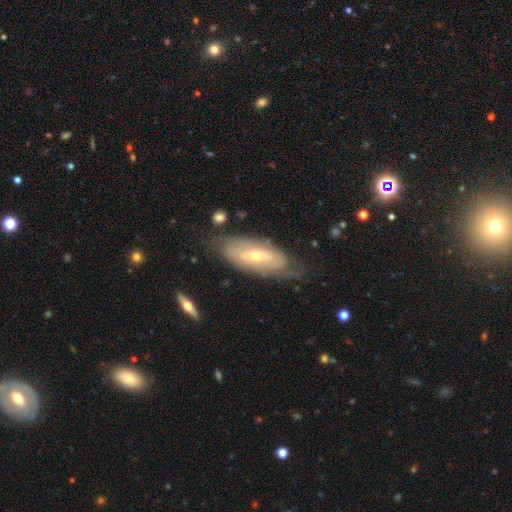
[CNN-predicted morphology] Smooth or featured: featured or disk — 68% (smooth — 26%)
Edge-on disk: no — 85% (yes — 15%)
Bar: weak — 40% (no — 34%)
Spiral arms: yes — 72% (no — 28%)
Bulge size: small — 52% (moderate — 45%)
Merging: none — 62% (minor disturbance — 25%)